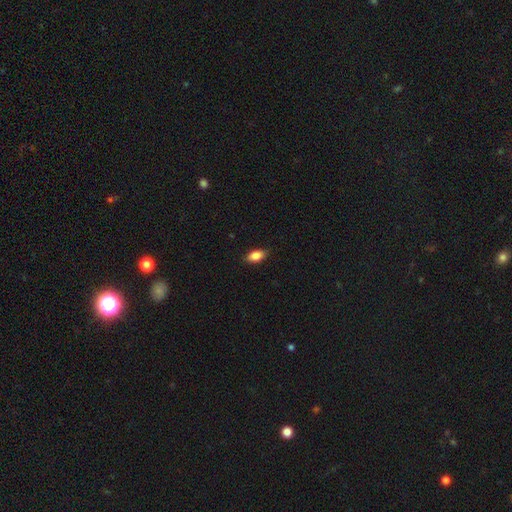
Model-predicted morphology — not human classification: Smooth or featured? smooth (86%)
How rounded? in between (90%)
Merging? none (86%)